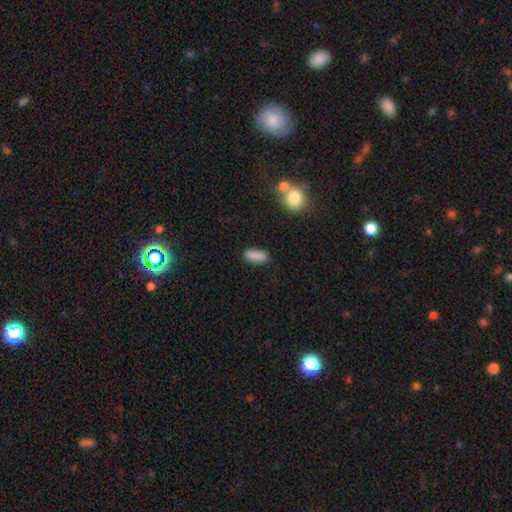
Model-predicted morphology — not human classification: A smooth galaxy with no disk features (86%) that is in between round and cigar-shaped (72%). Merging: none (82%).